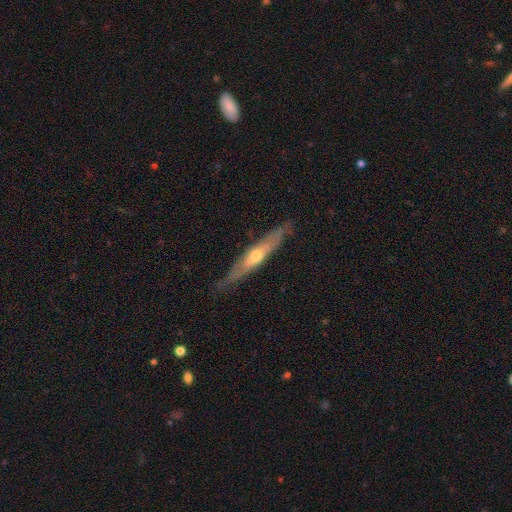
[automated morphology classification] Overall: featured or disk (61%; smooth 34%). Edge-on disk: yes (76%). Merging: none (78%).